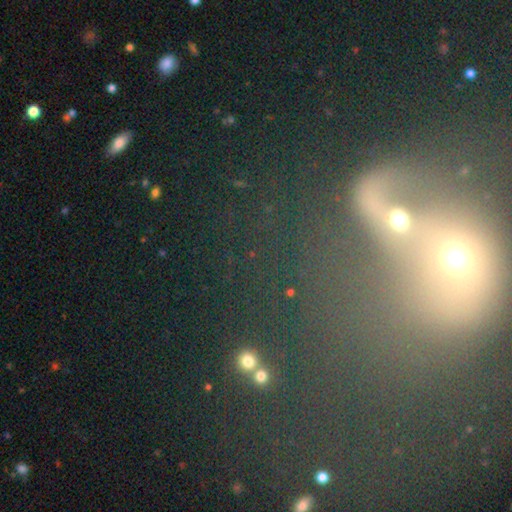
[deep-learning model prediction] Q: Smooth or featured?
A: star or artifact (38%); runner-up: smooth (34%)